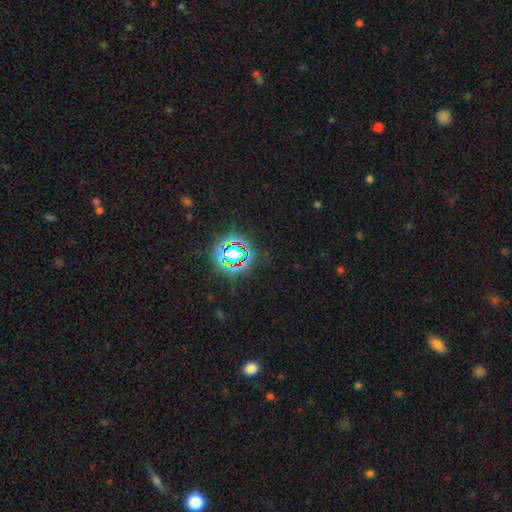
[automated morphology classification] star or artifact 76%, smooth 16%, featured or disk 8%.